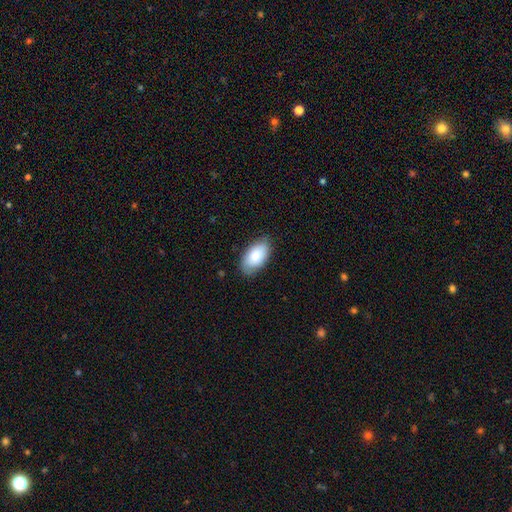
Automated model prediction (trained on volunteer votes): smooth 82%, featured or disk 12%, star or artifact 6%. Down the decision tree: how rounded — in between (94%); merging — none (79%).